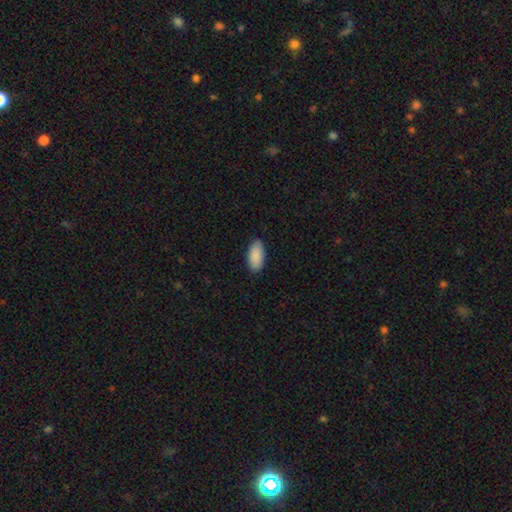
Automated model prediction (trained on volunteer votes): smooth 90%, star or artifact 6%, featured or disk 4%. Down the decision tree: how rounded — in between (93%); merging — none (88%).